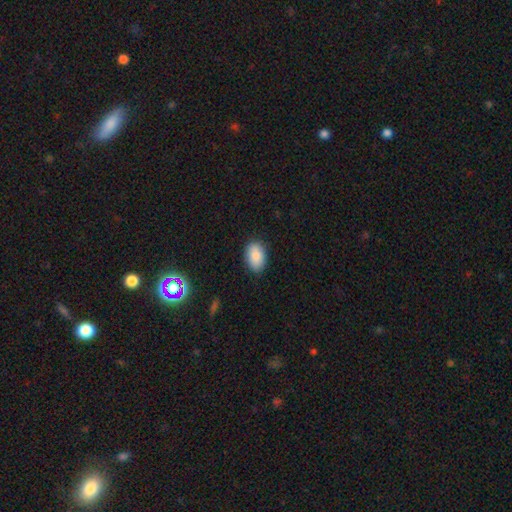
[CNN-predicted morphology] The model was most divided on "merging": none: 86%, minor disturbance: 11%, major disturbance: 2%, merger: 1%. More confident: how rounded — in between (89%); smooth or featured — smooth (87%).